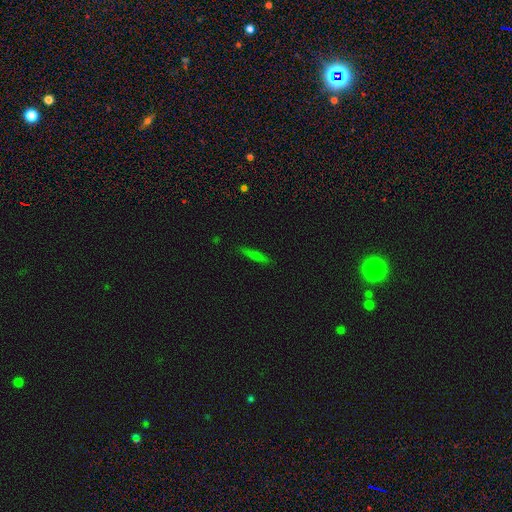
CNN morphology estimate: Smooth or featured?
  - smooth: 68% *
  - featured or disk: 21%
  - star or artifact: 11%
How rounded?
  - cigar-shaped: 88% *
  - in between: 10%
  - round: 2%
Merging?
  - none: 86% *
  - minor disturbance: 11%
  - major disturbance: 2%
  - merger: 1%